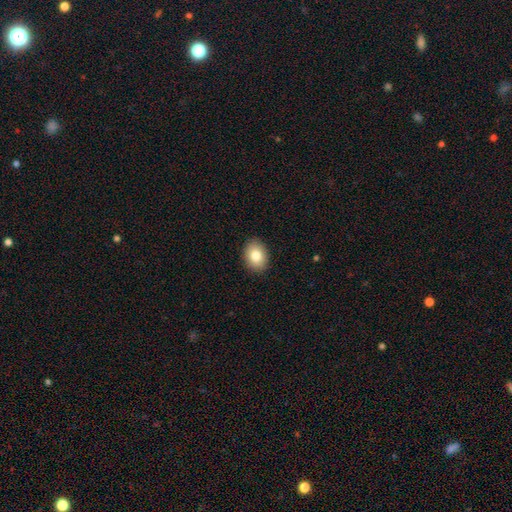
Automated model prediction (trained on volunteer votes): This appears to be a smooth galaxy with no disk features (84%) that is in between round and cigar-shaped (69%). Merging: none (90%).